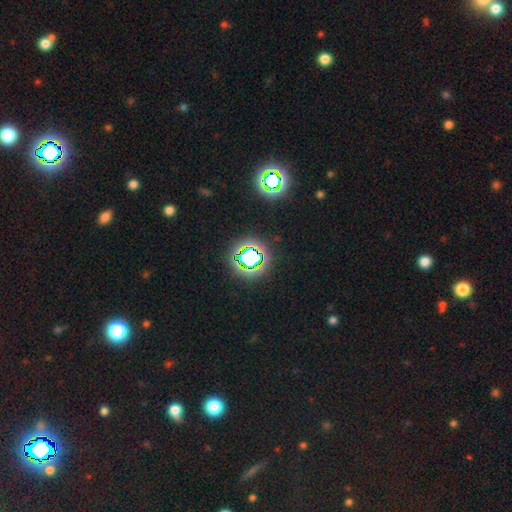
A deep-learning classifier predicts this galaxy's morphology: Overall: star or artifact (77%).